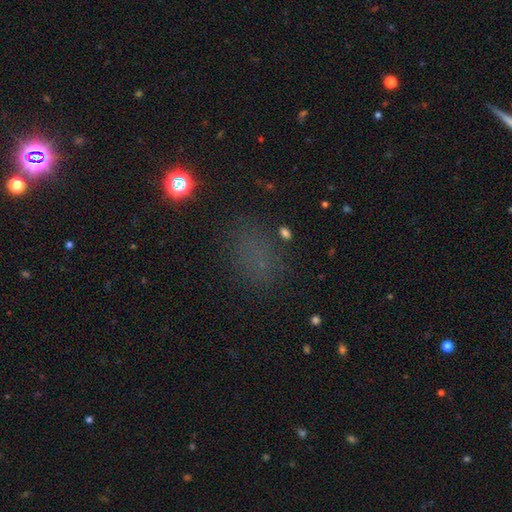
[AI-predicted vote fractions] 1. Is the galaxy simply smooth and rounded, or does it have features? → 58% smooth, 33% star or artifact, 9% featured or disk.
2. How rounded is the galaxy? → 63% in between, 35% round, 3% cigar-shaped.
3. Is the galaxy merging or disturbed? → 77% none, 13% minor disturbance, 7% major disturbance, 3% merger.